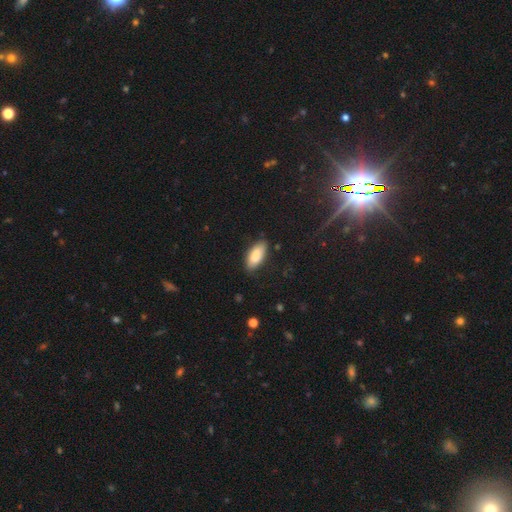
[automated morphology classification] Overall: smooth (86%). How rounded: in between (87%). Merging: none (81%).